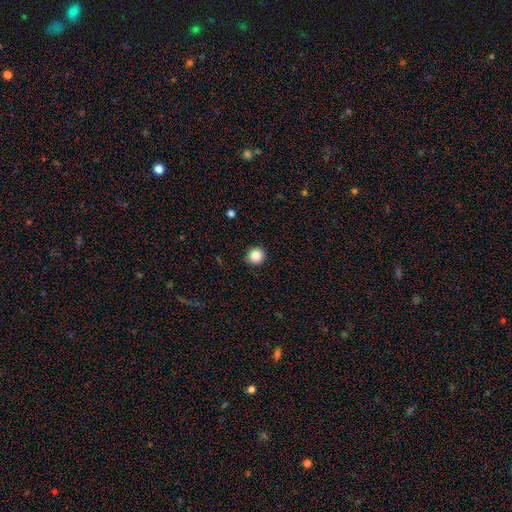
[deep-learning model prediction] A smooth galaxy with no disk features (86%) that is round (88%). Merging: none (89%).